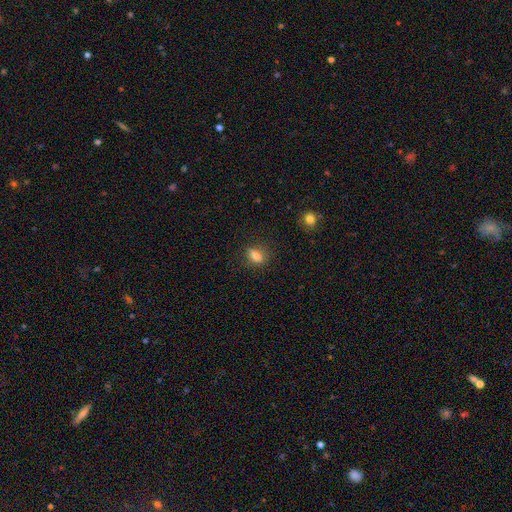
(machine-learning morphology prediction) This is likely a smooth galaxy (79%). How rounded: likely in between (72%). Merging: likely none (79%).